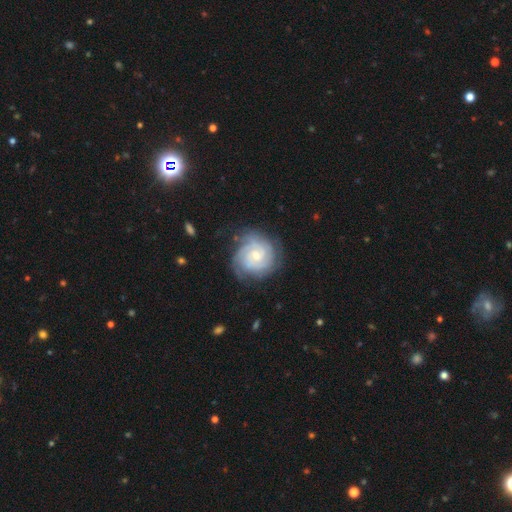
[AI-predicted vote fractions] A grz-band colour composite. It shows a featured or disk galaxy (83%) with no bar (63%), tight (75%) spiral arms (96%) and a small central bulge (61%). Merging: none (73%).